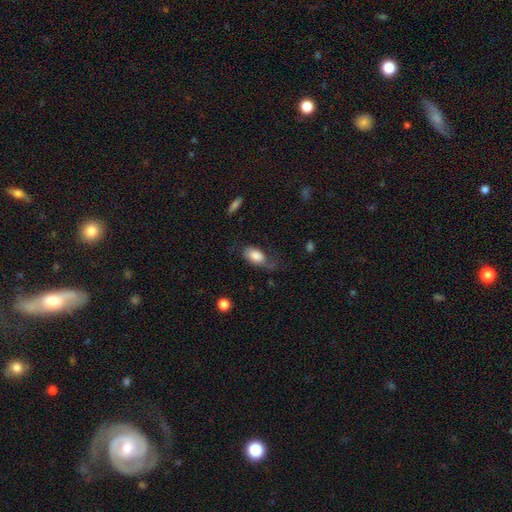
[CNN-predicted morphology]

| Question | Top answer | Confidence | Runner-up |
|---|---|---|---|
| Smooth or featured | smooth | 74% | featured or disk (19%) |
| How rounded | in between | 91% | round (6%) |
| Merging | none | 45% | minor disturbance (27%) |